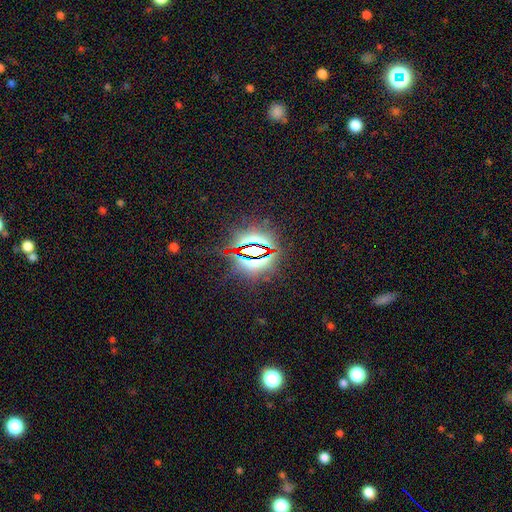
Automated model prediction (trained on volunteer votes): star or artifact 80%, smooth 12%, featured or disk 8%.